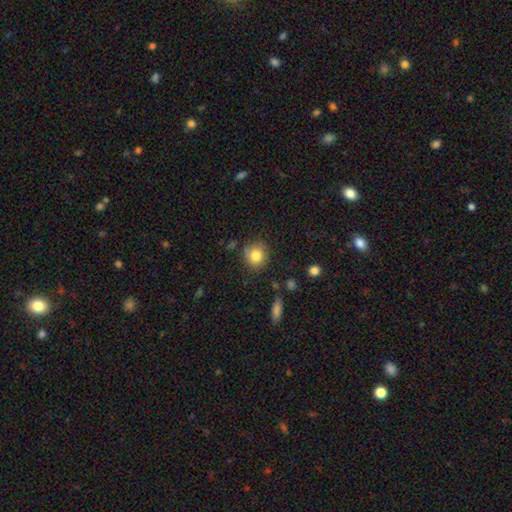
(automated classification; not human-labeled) Smooth or featured: smooth — 82% (star or artifact — 10%)
How rounded: round — 86% (in between — 13%)
Merging: none — 78% (minor disturbance — 15%)